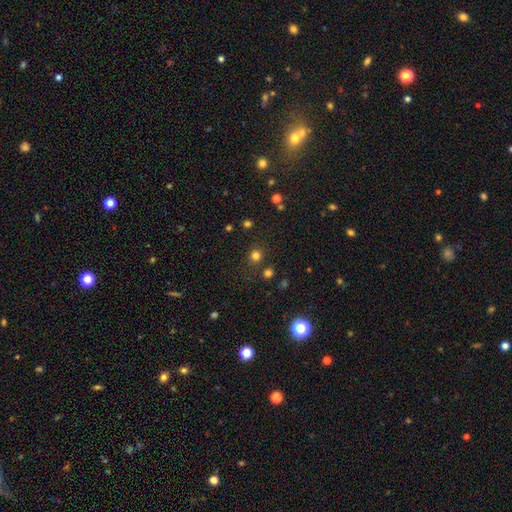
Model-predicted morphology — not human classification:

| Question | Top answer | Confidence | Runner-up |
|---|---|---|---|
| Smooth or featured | smooth | 75% | star or artifact (20%) |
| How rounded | round | 91% | in between (8%) |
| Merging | none | 84% | minor disturbance (8%) |